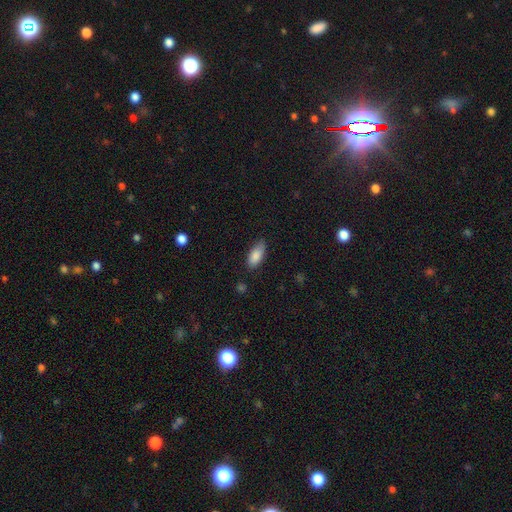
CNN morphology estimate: Overall: smooth (85%). How rounded: in between (85%). Merging: none (77%).